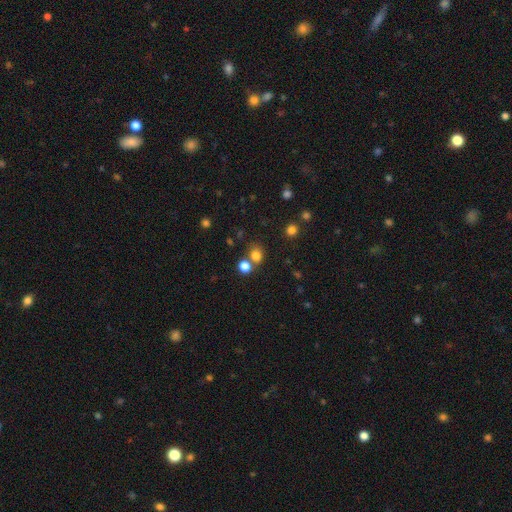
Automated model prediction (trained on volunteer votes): Smooth or featured? smooth (77%)
How rounded? round (72%)
Merging? none (63%)